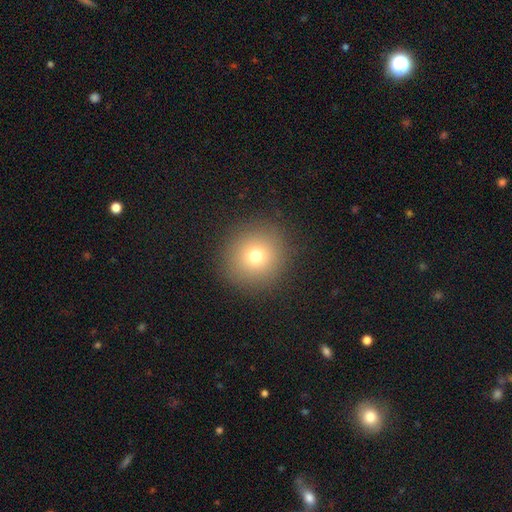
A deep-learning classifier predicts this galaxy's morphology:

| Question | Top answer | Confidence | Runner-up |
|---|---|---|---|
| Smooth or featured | smooth | 73% | star or artifact (16%) |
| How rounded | round | 93% | in between (6%) |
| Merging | none | 90% | minor disturbance (6%) |